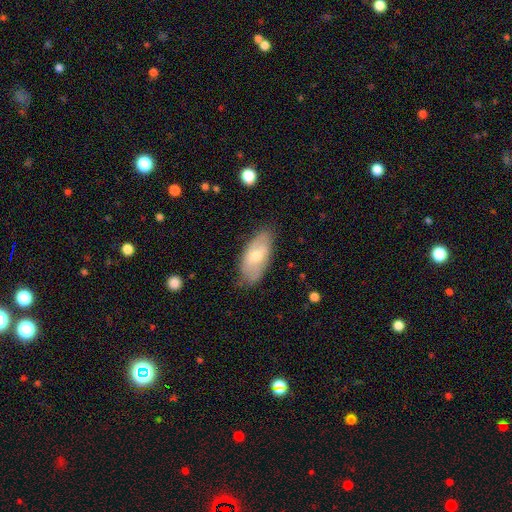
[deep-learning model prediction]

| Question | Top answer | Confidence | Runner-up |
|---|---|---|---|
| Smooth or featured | smooth | 61% | featured or disk (33%) |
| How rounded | in between | 91% | cigar-shaped (7%) |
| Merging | none | 77% | minor disturbance (18%) |